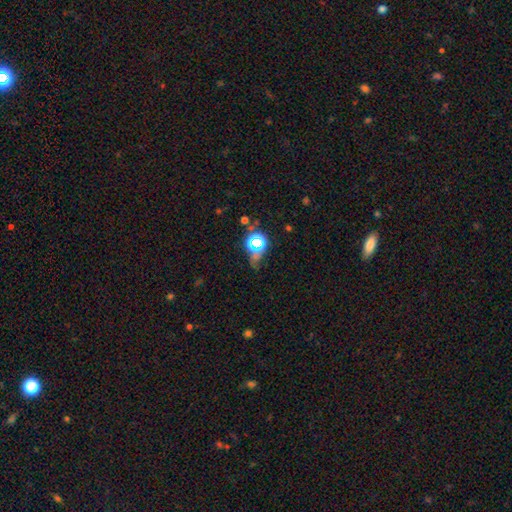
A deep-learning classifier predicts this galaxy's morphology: The model was most divided on "smooth or featured": star or artifact: 60%, smooth: 28%, featured or disk: 13%.